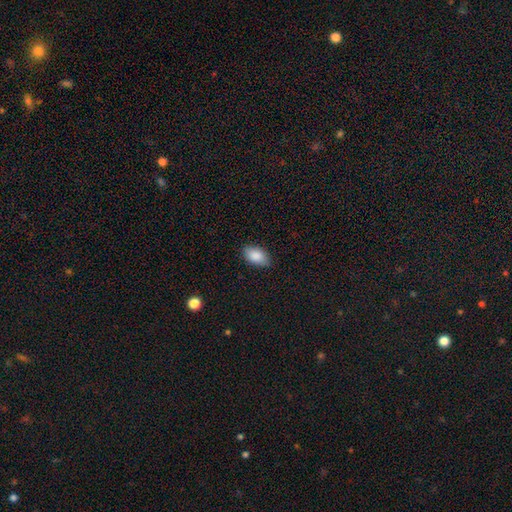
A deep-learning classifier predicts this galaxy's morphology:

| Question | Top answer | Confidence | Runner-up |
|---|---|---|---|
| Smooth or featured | smooth | 87% | star or artifact (7%) |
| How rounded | in between | 93% | round (5%) |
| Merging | none | 86% | minor disturbance (11%) |